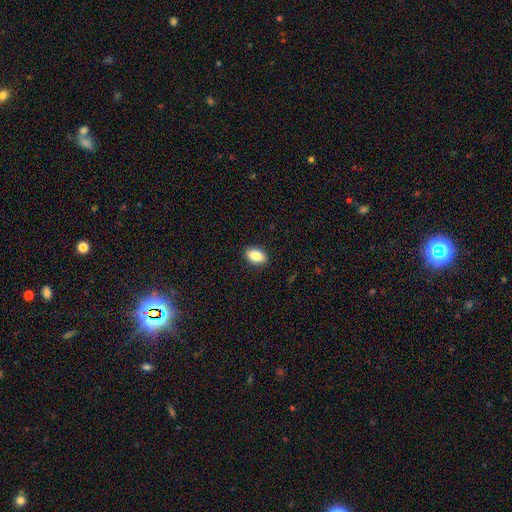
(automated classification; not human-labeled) This appears to be a smooth galaxy with no disk features (85%) that is in between round and cigar-shaped (89%). Merging: none (89%).